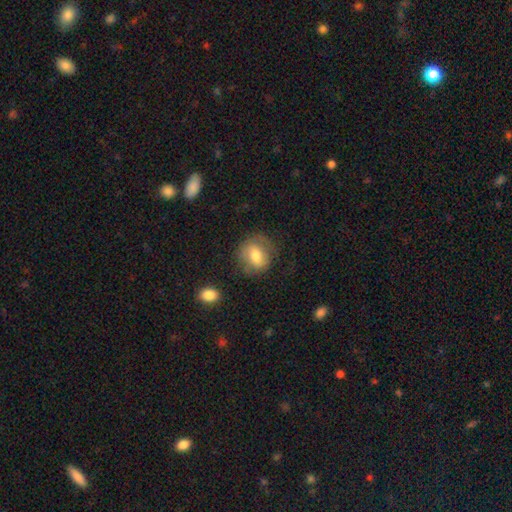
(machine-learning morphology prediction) A smooth galaxy with no disk features (66%) that is round (58%). Merging: none (66%).